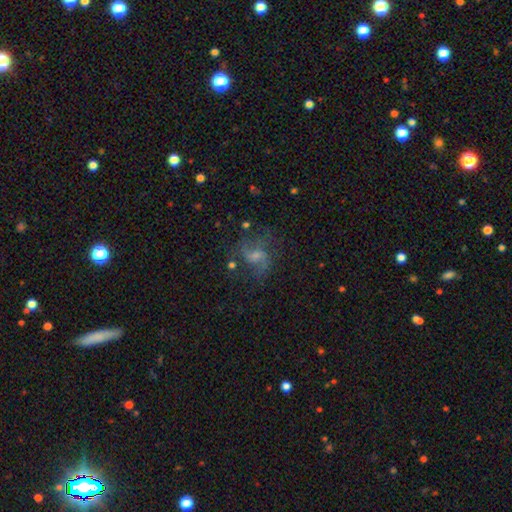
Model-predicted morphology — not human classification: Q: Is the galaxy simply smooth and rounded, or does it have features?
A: featured or disk — 60%.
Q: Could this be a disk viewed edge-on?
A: no — 97%.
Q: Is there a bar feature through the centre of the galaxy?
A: weak — 46%.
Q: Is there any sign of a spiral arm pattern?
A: yes — 84%.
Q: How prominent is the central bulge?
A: small — 39%.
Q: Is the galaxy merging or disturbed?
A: none — 62%.